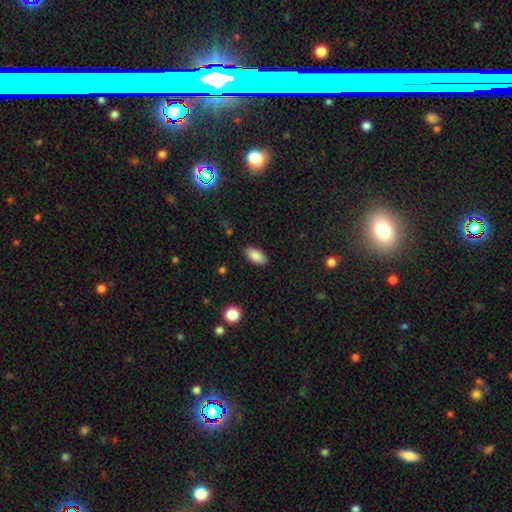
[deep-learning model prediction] Smooth or featured: smooth — 88% (star or artifact — 8%)
How rounded: in between — 92% (cigar-shaped — 4%)
Merging: none — 87% (minor disturbance — 9%)